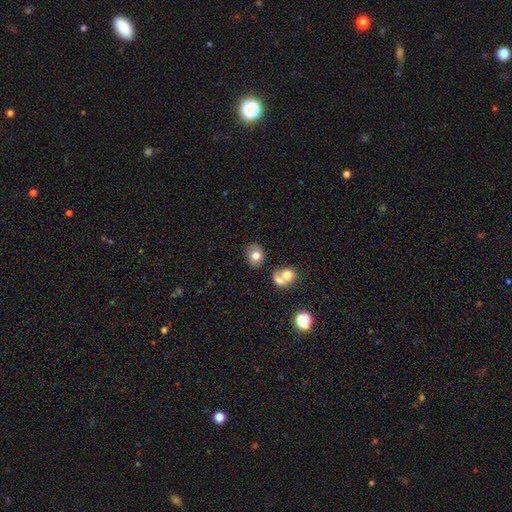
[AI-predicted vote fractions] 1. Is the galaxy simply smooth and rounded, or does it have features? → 76% smooth, 14% featured or disk, 10% star or artifact.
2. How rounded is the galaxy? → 54% round, 45% in between, 1% cigar-shaped.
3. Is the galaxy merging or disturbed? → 69% none, 14% merger, 13% minor disturbance, 4% major disturbance.